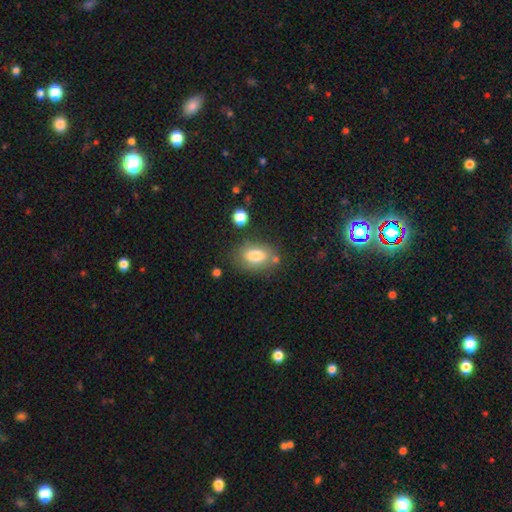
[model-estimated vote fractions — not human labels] smooth-or-featured: smooth: 72% | featured or disk: 19% | star or artifact: 9%
  how-rounded: in between: 81% | round: 18% | cigar-shaped: 2%
  merging: none: 66% | minor disturbance: 19% | merger: 9% | major disturbance: 6%